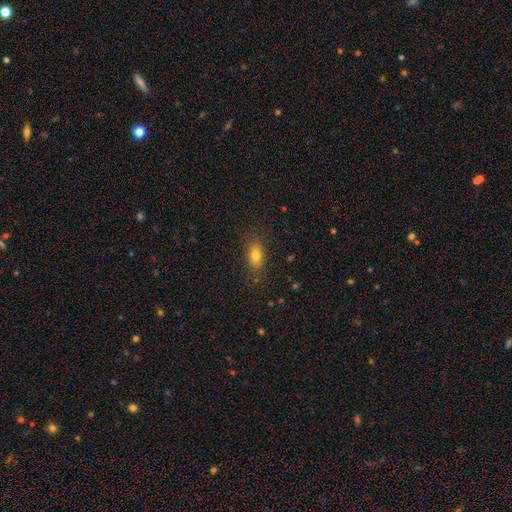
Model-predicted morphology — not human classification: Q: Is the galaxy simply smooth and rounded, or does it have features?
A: smooth — 79%.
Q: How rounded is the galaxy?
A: in between — 81%.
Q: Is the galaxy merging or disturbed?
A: none — 81%.